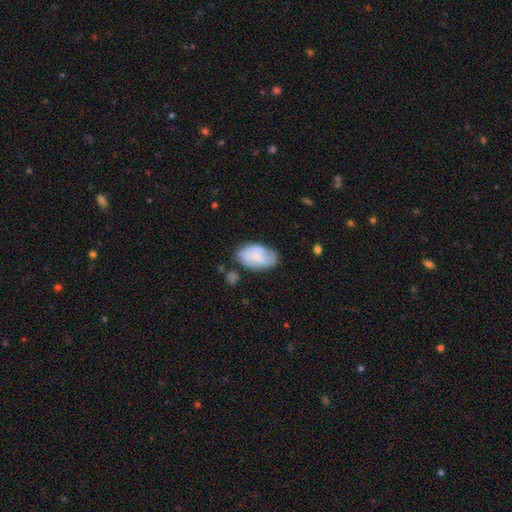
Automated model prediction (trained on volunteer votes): Smooth or featured? smooth (50%)
Merging? none (61%)